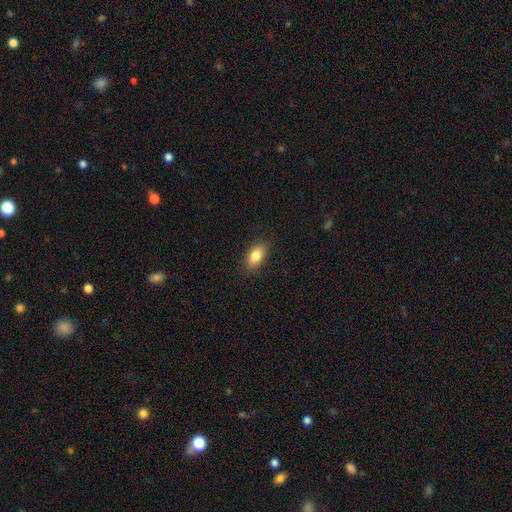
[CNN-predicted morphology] Q: Smooth or featured?
A: smooth (85%); runner-up: star or artifact (8%)
Q: How rounded?
A: in between (89%); runner-up: round (7%)
Q: Merging?
A: none (87%); runner-up: minor disturbance (9%)